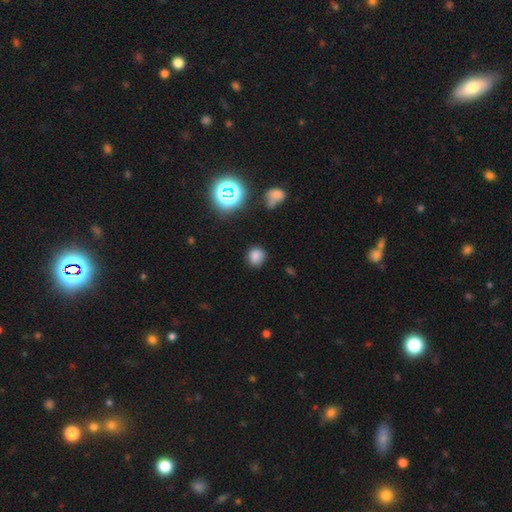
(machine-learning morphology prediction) Smooth or featured? Predicted: smooth (p=0.78). How rounded? Predicted: round (p=0.81). Merging? Predicted: none (p=0.82).